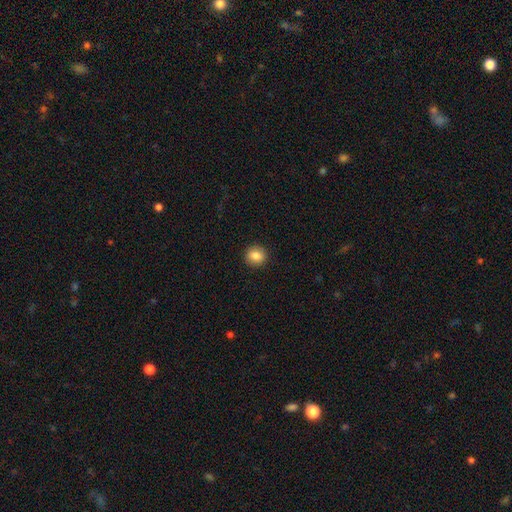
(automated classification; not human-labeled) Overall: smooth (85%). How rounded: round (86%). Merging: none (92%).